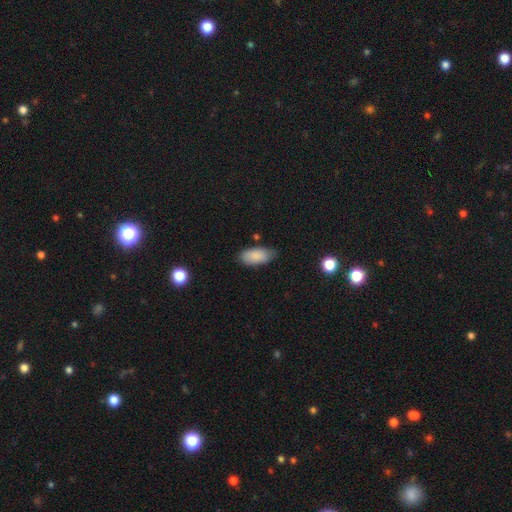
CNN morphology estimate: Smooth or featured? Predicted: smooth (p=0.86). How rounded? Predicted: in between (p=0.91). Merging? Predicted: none (p=0.69).